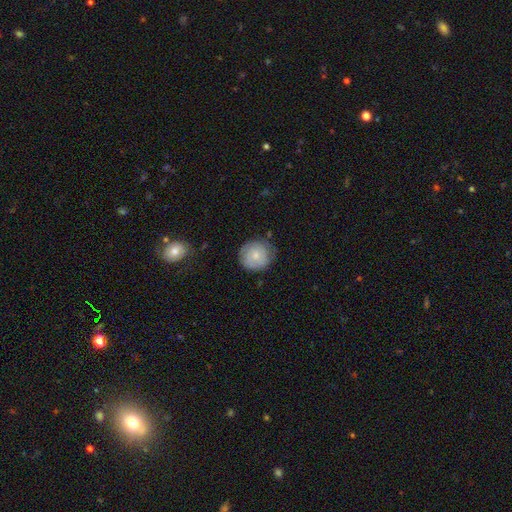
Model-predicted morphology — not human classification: Q: Smooth or featured?
A: smooth (65%); runner-up: featured or disk (28%)
Q: How rounded?
A: round (90%); runner-up: in between (9%)
Q: Merging?
A: none (73%); runner-up: minor disturbance (20%)